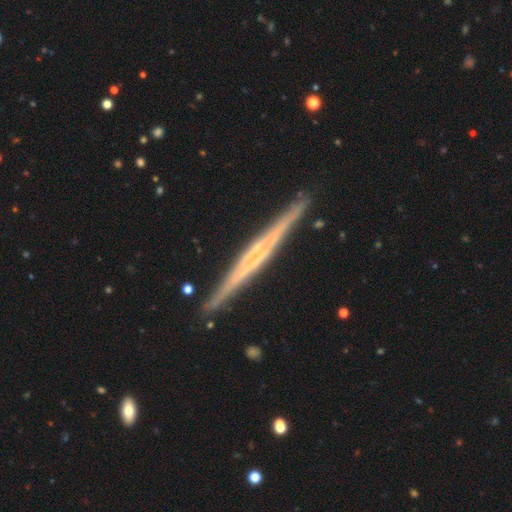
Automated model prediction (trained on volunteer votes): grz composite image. It shows a featured or disk galaxy (80%) viewed edge-on (98%) with no central bulge (45%). Merging: none (90%).